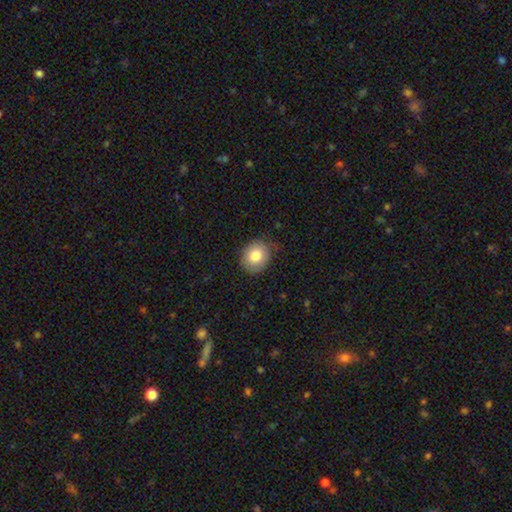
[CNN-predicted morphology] This appears to be a smooth galaxy with no disk features (80%) that is round (69%). Merging: none (78%).